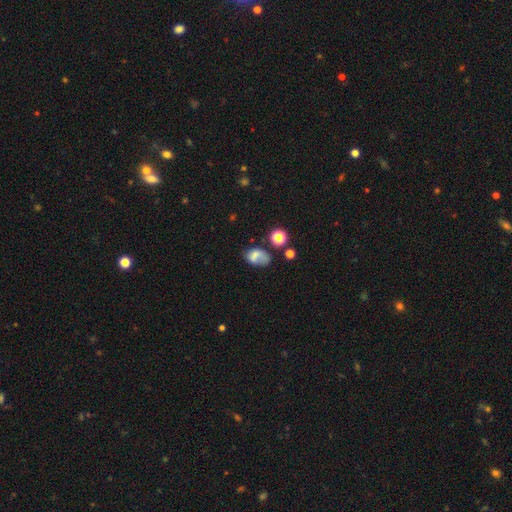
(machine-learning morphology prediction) The model was most divided on "merging": none: 38%, minor disturbance: 27%, major disturbance: 23%, merger: 12%. More confident: how rounded — in between (78%); smooth or featured — smooth (67%).